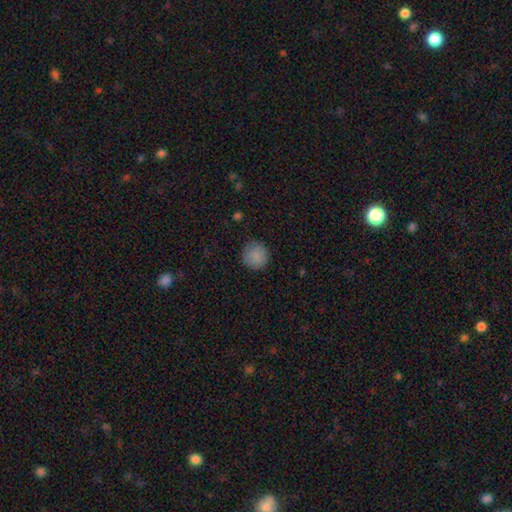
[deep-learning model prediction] Smooth or featured?
  - smooth: 87% *
  - star or artifact: 8%
  - featured or disk: 5%
How rounded?
  - round: 93% *
  - in between: 6%
  - cigar-shaped: 1%
Merging?
  - none: 85% *
  - minor disturbance: 11%
  - major disturbance: 3%
  - merger: 1%